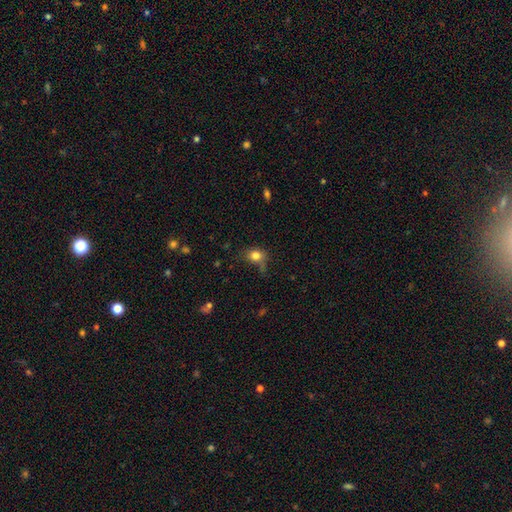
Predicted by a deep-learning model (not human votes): Smooth or featured: smooth — 81% (star or artifact — 12%)
How rounded: round — 59% (in between — 40%)
Merging: none — 60% (minor disturbance — 26%)